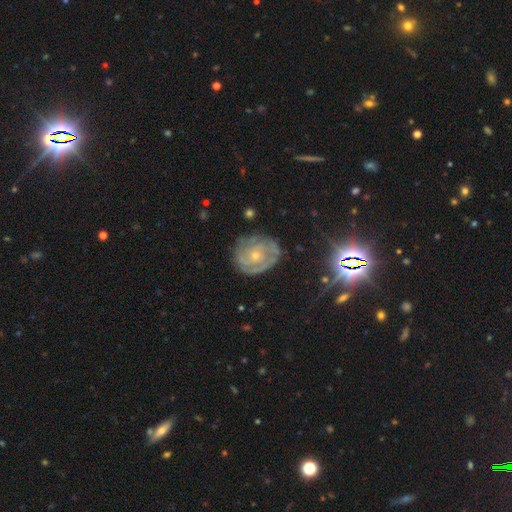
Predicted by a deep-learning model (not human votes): Smooth or featured? featured or disk (73%)
Edge-on disk? no (97%)
Bar? no (77%)
Spiral arms? yes (83%)
Spiral winding? tight (65%)
Spiral arm count? can't tell (39%)
Bulge size? small (69%)
Merging? none (70%)